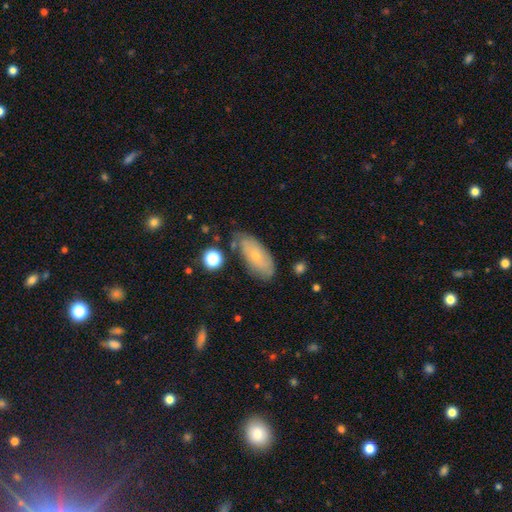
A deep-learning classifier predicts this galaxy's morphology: smooth 61%, featured or disk 32%, star or artifact 7%. Down the decision tree: how rounded — in between (82%); merging — none (67%).